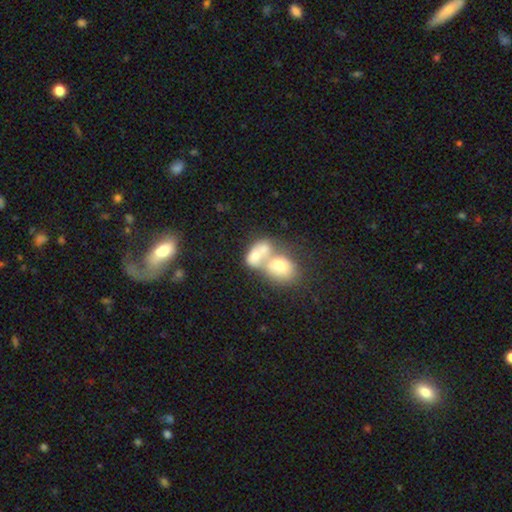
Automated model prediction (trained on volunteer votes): This appears to be a smooth galaxy with no disk features (62%) that is in between round and cigar-shaped (75%). Merging: merger (73%).